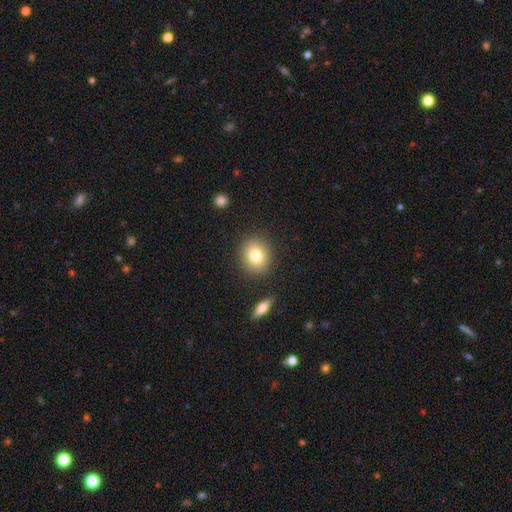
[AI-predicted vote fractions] Morphology: type=smooth (80%); roundness=round (70%); merging=none (86%).